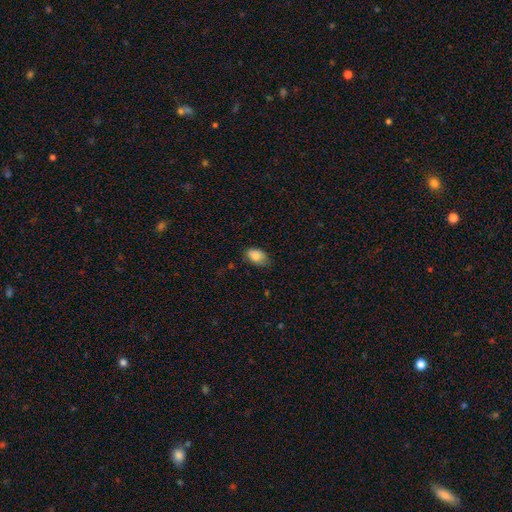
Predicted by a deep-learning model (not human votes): Overall: smooth (84%). How rounded: in between (89%). Merging: none (69%).